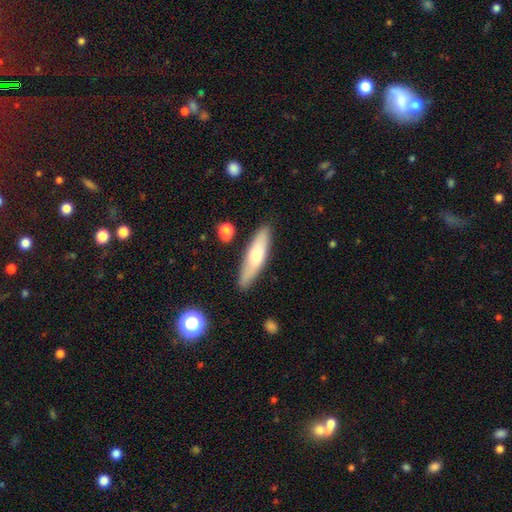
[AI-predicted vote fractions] Morphology: type=smooth (57%); roundness=cigar-shaped (70%); merging=none (85%).